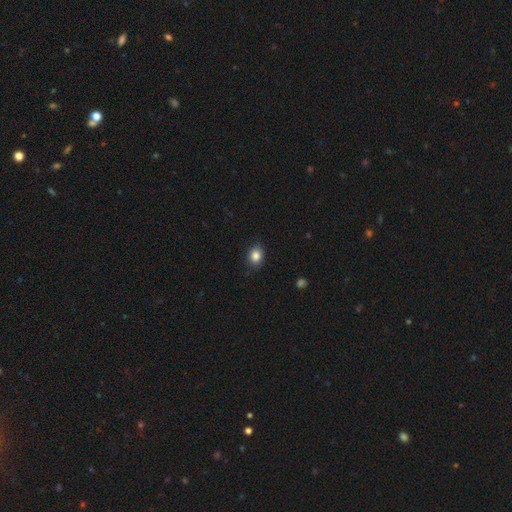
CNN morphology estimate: Overall: smooth (85%). How rounded: round (55%; in between 44%). Merging: none (85%).